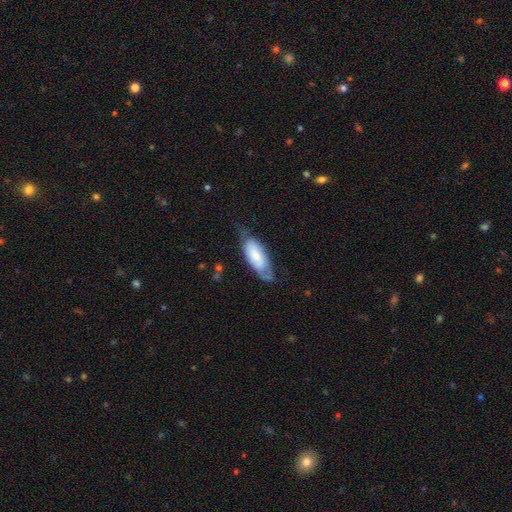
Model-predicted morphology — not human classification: A smooth galaxy with no disk features (62%) that is in between round and cigar-shaped (79%).

Vote fractions:
- Smooth or featured? smooth: 62% / featured or disk: 32% / star or artifact: 6%
- How rounded? in between: 79% / cigar-shaped: 20% / round: 2%
- Merging? none: 44% / minor disturbance: 37% / major disturbance: 16% / merger: 2%